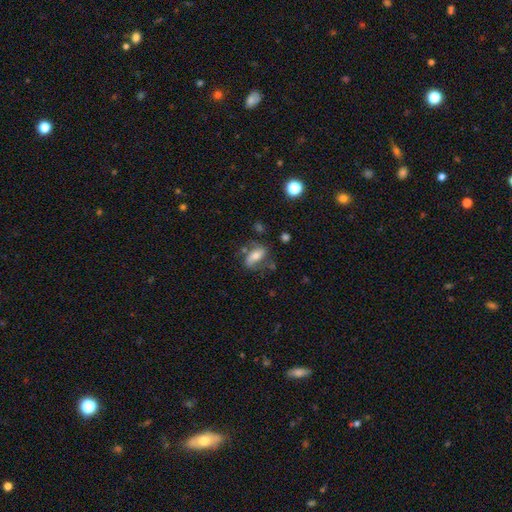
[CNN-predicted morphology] smooth 51%, featured or disk 40%, star or artifact 9%. Down the decision tree: how rounded — in between (75%); merging — none (60%).